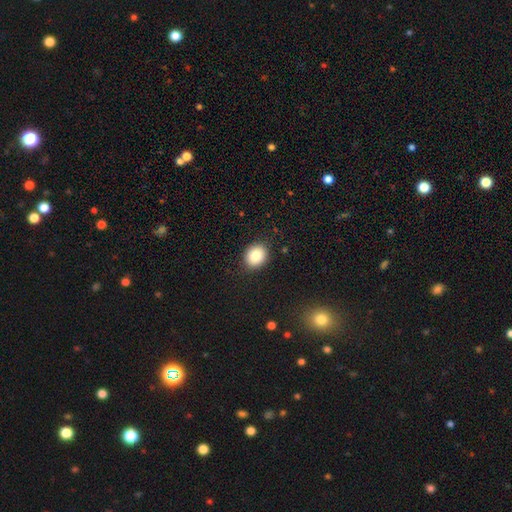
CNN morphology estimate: This appears to be a smooth galaxy with no disk features (85%) that is round (57%). Merging: none (89%).